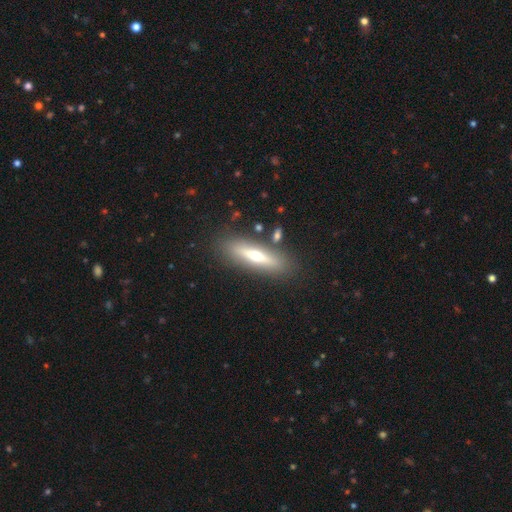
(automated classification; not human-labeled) smooth-or-featured: featured or disk: 47% | smooth: 46% | star or artifact: 7%
  merging: none: 84% | minor disturbance: 10% | merger: 4% | major disturbance: 3%